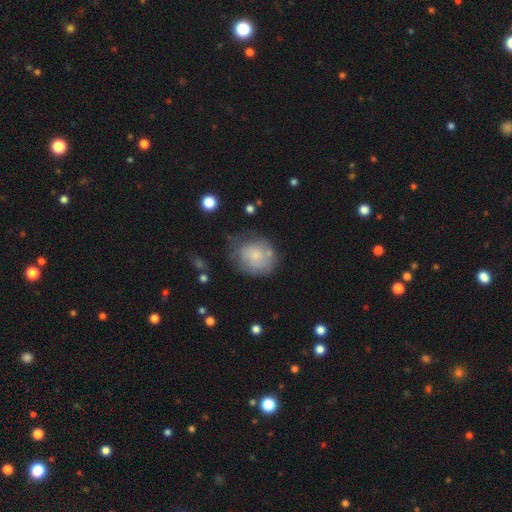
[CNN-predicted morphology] Smooth or featured? Predicted: smooth (p=0.56). How rounded? Predicted: round (p=0.68). Merging? Predicted: none (p=0.53).